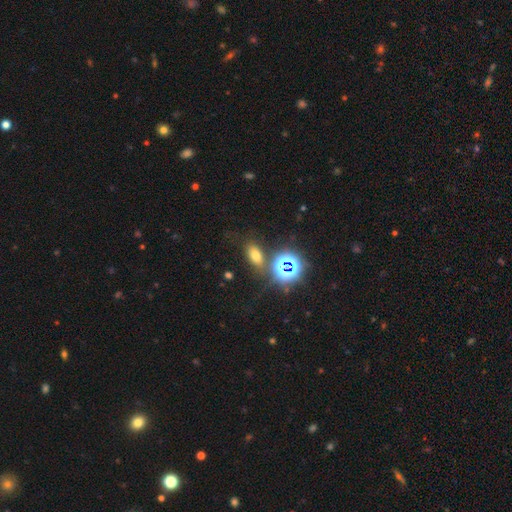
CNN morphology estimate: This is likely a smooth galaxy (60%). How rounded: likely in between (80%). Merging: likely none (77%).